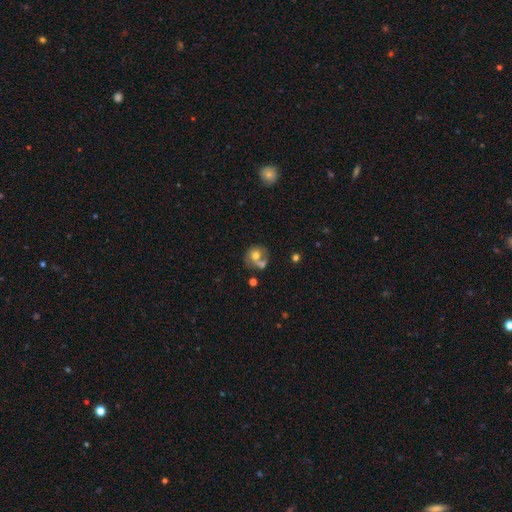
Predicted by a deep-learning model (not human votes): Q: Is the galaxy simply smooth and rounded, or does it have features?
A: smooth — 62%.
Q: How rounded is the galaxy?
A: round — 72%.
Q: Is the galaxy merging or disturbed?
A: merger — 44%.